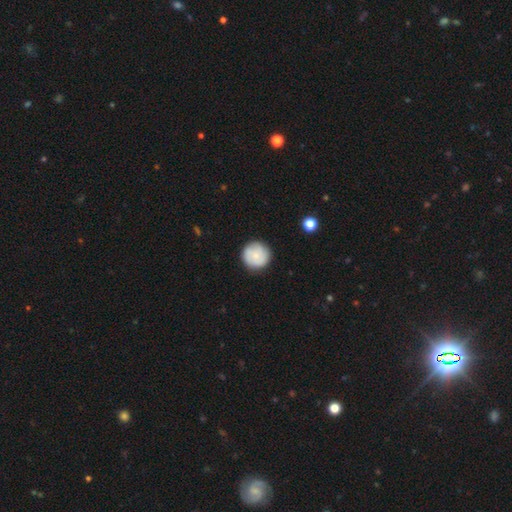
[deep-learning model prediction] smooth_or_featured: smooth (p=0.72) [alt: featured or disk p=0.22]
how_rounded: round (p=0.96) [alt: in between p=0.04]
merging: none (p=0.88) [alt: minor disturbance p=0.09]